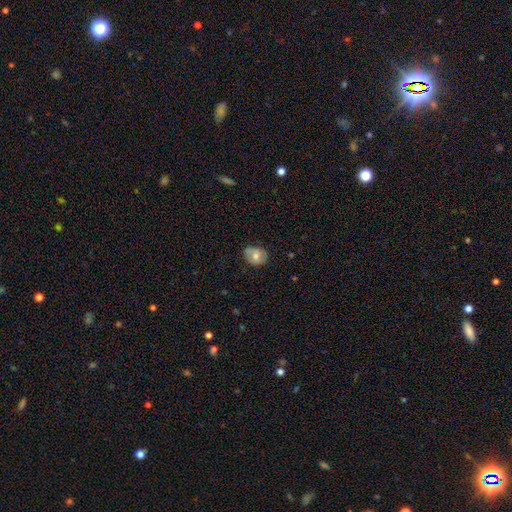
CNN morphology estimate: A smooth galaxy with no disk features (65%) that is in between round and cigar-shaped (50%).

Vote fractions:
- Smooth or featured? smooth: 65% / featured or disk: 27% / star or artifact: 8%
- How rounded? in between: 50% / round: 49% / cigar-shaped: 1%
- Merging? none: 73% / minor disturbance: 22% / major disturbance: 4% / merger: 1%